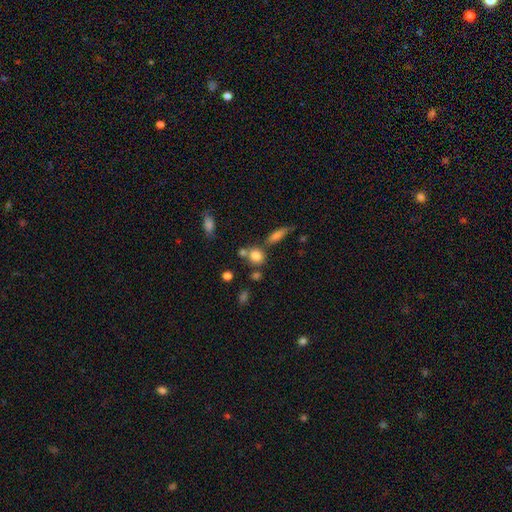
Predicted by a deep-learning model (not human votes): smooth 80%, star or artifact 11%, featured or disk 9%. Down the decision tree: how rounded — round (73%); merging — none (60%).